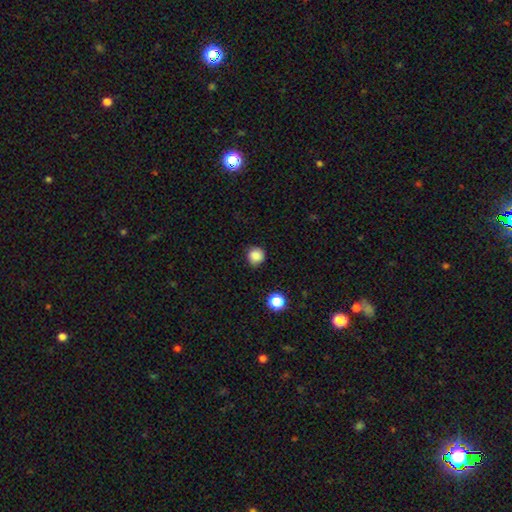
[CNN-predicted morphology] This is clearly a smooth galaxy (86%). How rounded: clearly round (92%). Merging: clearly none (85%).